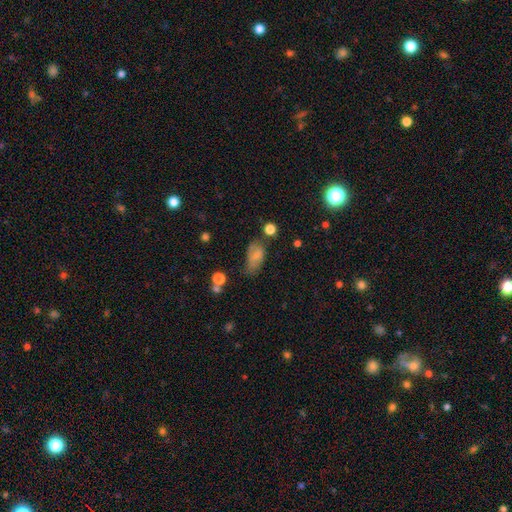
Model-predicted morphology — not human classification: type=smooth (75%); roundness=in between (90%); merging=none (41%).